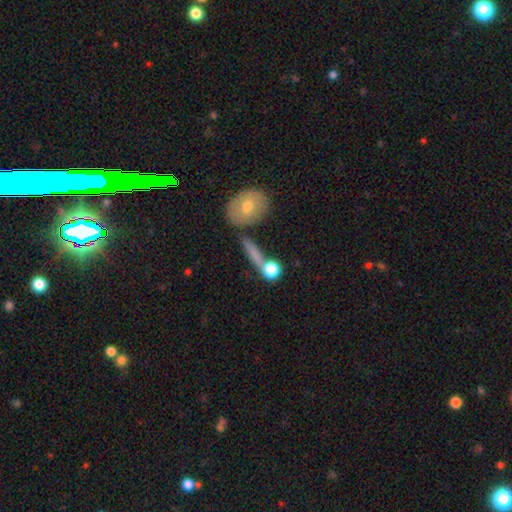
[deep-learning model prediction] Smooth or featured: smooth — 70% (featured or disk — 20%)
How rounded: cigar-shaped — 41% (round — 37%)
Merging: none — 63% (merger — 17%)